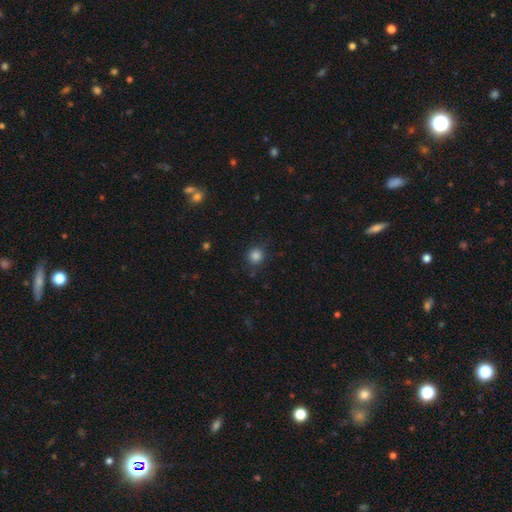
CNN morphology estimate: A smooth galaxy with no disk features (84%) that is round (91%).

Vote fractions:
- Smooth or featured? smooth: 84% / star or artifact: 12% / featured or disk: 4%
- How rounded? round: 91% / in between: 8% / cigar-shaped: 1%
- Merging? none: 86% / minor disturbance: 10% / major disturbance: 3% / merger: 2%